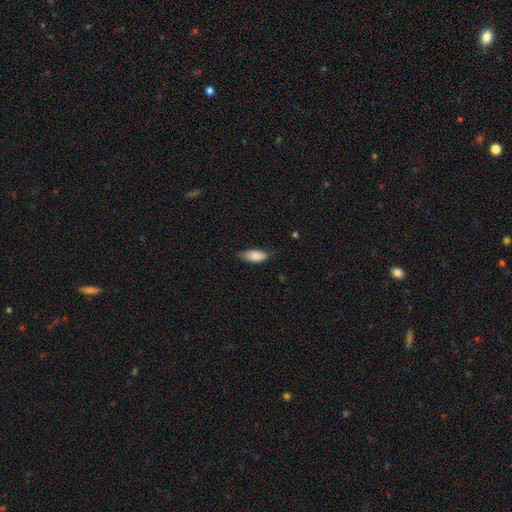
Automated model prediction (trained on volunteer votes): smooth-or-featured: smooth: 85% | featured or disk: 8% | star or artifact: 7%
  how-rounded: in between: 84% | cigar-shaped: 14% | round: 2%
  merging: none: 69% | minor disturbance: 26% | major disturbance: 4% | merger: 1%